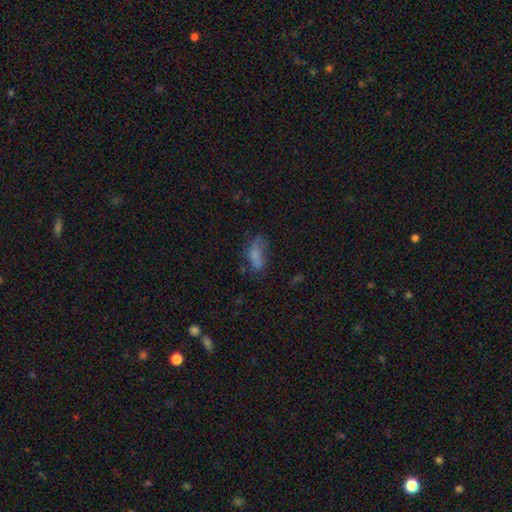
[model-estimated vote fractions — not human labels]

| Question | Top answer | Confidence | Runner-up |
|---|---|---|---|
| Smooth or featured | smooth | 64% | featured or disk (21%) |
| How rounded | in between | 78% | cigar-shaped (18%) |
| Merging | none | 38% | major disturbance (27%) |